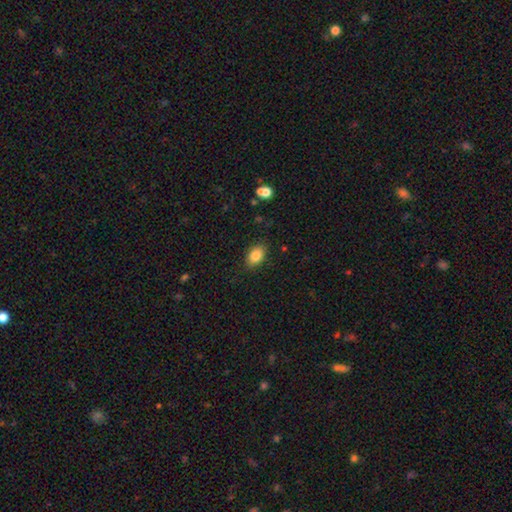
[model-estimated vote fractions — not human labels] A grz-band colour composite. It shows a smooth galaxy with no disk features (85%) that is in between round and cigar-shaped (81%). Merging: none (86%).